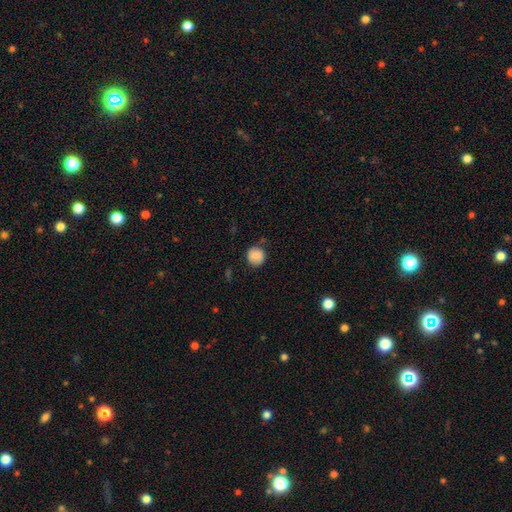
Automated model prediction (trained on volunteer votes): smooth_or_featured: smooth (p=0.84) [alt: star or artifact p=0.08]
how_rounded: round (p=0.88) [alt: in between p=0.11]
merging: none (p=0.74) [alt: minor disturbance p=0.19]